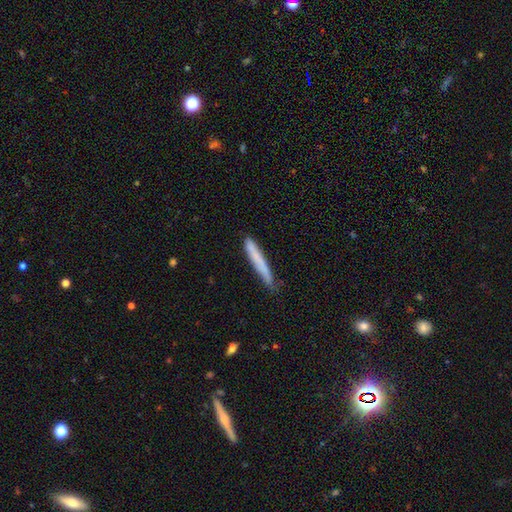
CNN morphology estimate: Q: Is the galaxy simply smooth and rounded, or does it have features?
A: smooth — 69%.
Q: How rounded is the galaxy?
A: cigar-shaped — 96%.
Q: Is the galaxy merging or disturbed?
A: none — 76%.